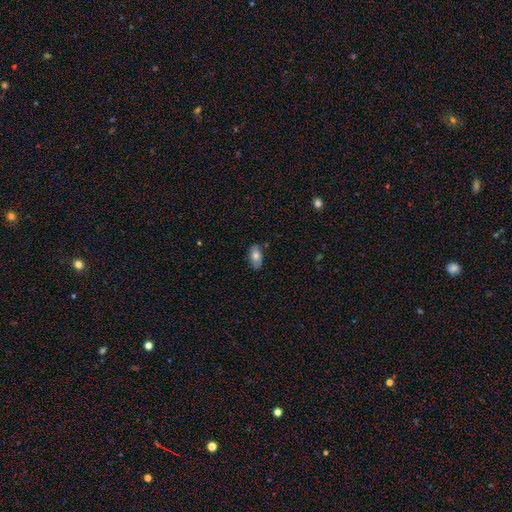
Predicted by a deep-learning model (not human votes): Smooth or featured: smooth — 77% (featured or disk — 16%)
How rounded: in between — 92% (cigar-shaped — 4%)
Merging: none — 80% (minor disturbance — 15%)